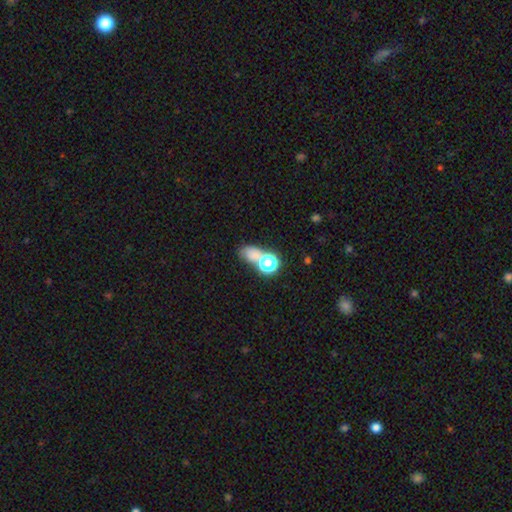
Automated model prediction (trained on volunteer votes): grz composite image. It shows a smooth galaxy with no disk features (64%) that is in between round and cigar-shaped (55%). Merging: none (42%).